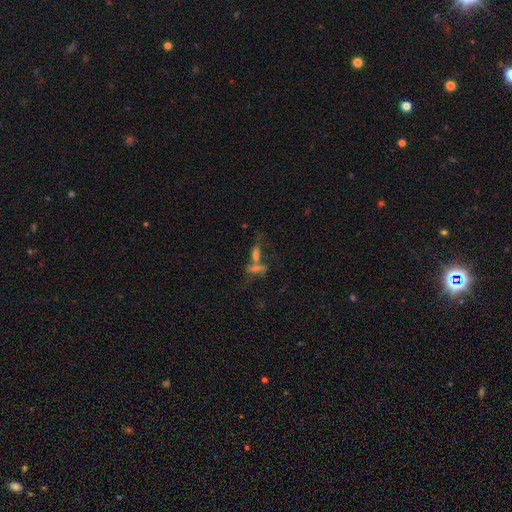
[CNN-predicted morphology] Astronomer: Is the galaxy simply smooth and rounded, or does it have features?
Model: smooth — 43% (runner-up: featured or disk, 34%).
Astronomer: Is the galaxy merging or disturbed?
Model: merger — 51% (runner-up: none, 28%).